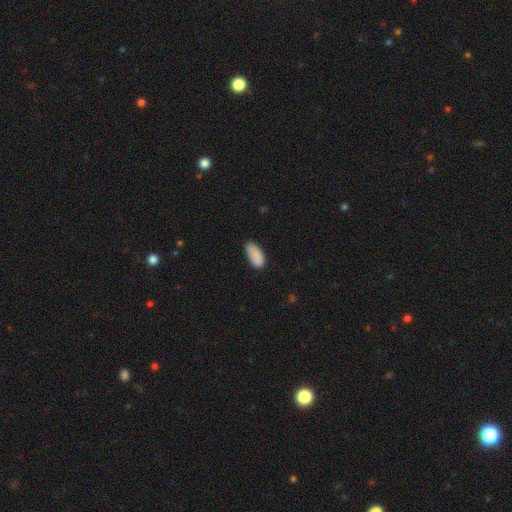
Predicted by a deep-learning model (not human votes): A smooth galaxy with no disk features (89%) that is in between round and cigar-shaped (90%).

Vote fractions:
- Smooth or featured? smooth: 89% / star or artifact: 7% / featured or disk: 4%
- How rounded? in between: 90% / cigar-shaped: 8% / round: 2%
- Merging? none: 71% / minor disturbance: 24% / major disturbance: 4% / merger: 2%